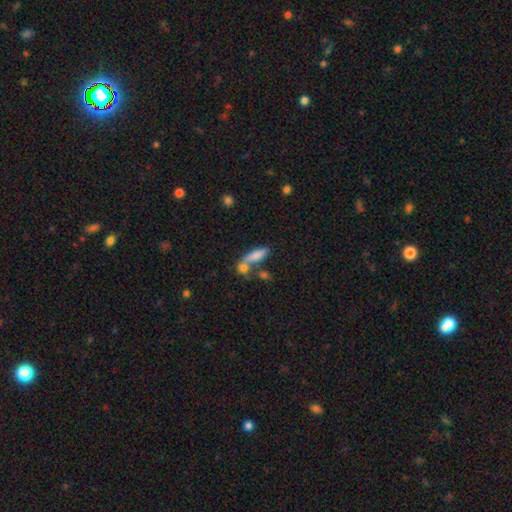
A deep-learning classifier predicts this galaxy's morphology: smooth 75%, featured or disk 16%, star or artifact 8%. Down the decision tree: how rounded — cigar-shaped (49%); merging — none (41%).